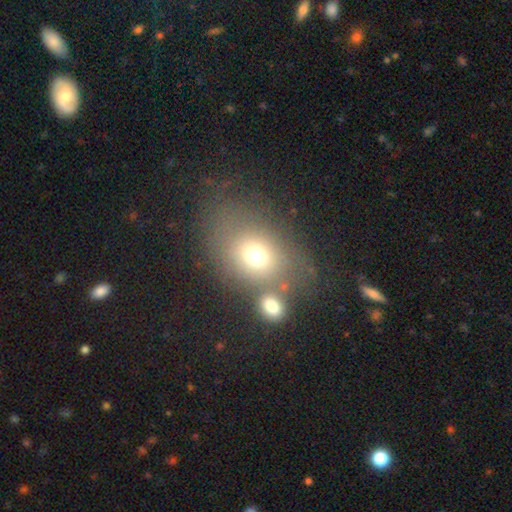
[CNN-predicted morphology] smooth_or_featured: smooth (p=0.69) [alt: featured or disk p=0.17]
how_rounded: in between (p=0.57) [alt: round p=0.41]
merging: none (p=0.47) [alt: merger p=0.30]